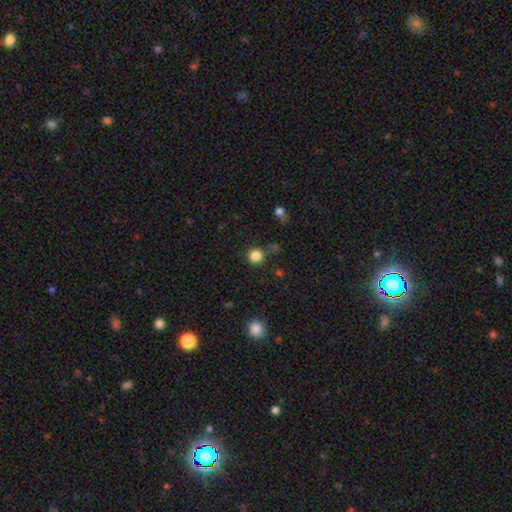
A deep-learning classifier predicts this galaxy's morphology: This appears to be a smooth galaxy with no disk features (85%) that is round (92%). Merging: none (82%).